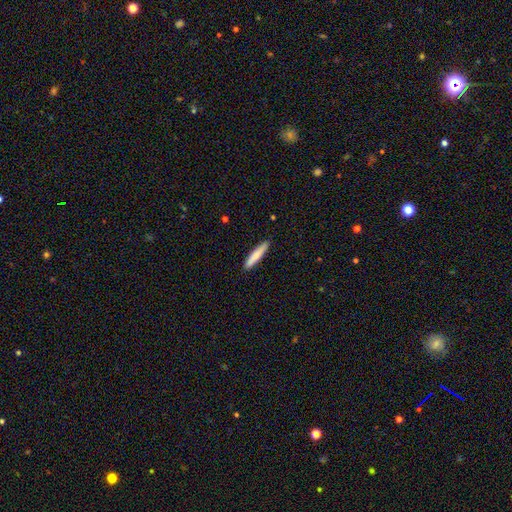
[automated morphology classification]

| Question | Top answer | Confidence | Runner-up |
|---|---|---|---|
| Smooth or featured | smooth | 78% | featured or disk (17%) |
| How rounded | cigar-shaped | 91% | in between (8%) |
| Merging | none | 90% | minor disturbance (7%) |